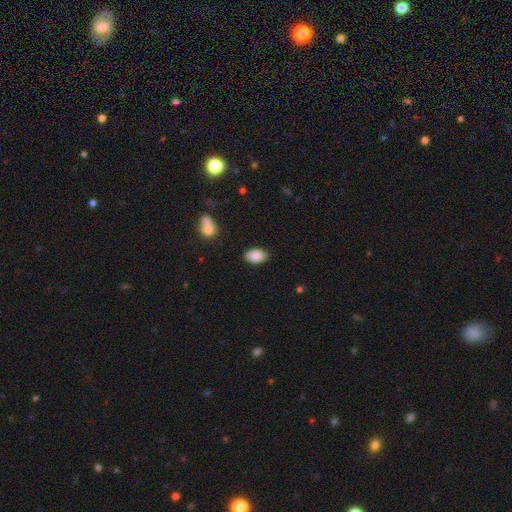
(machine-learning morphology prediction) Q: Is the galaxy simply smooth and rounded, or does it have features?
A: smooth — 88%.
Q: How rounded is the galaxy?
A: in between — 90%.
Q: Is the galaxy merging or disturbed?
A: none — 82%.